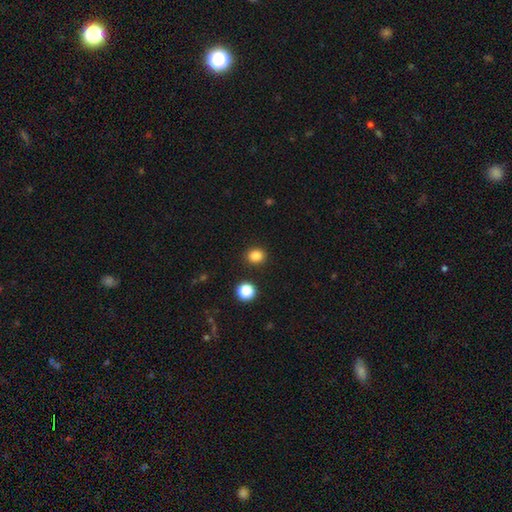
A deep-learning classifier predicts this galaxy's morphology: This is clearly a smooth galaxy (84%). How rounded: likely round (71%). Merging: clearly none (89%).